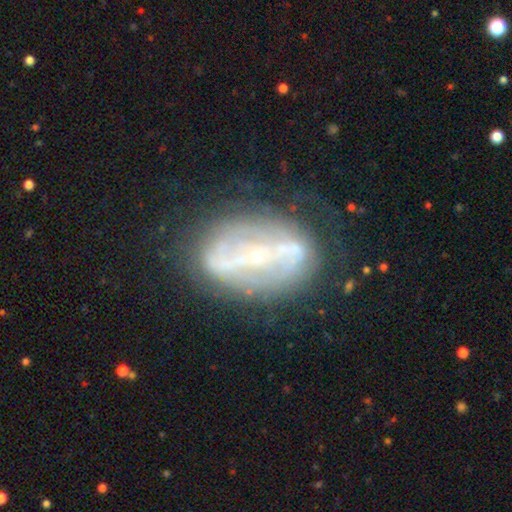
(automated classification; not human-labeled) Q: Smooth or featured?
A: featured or disk (79%); runner-up: smooth (13%)
Q: Edge-on disk?
A: no (90%); runner-up: yes (10%)
Q: Bar?
A: strong (68%); runner-up: weak (19%)
Q: Spiral arms?
A: yes (60%); runner-up: no (40%)
Q: Bulge size?
A: small (78%); runner-up: moderate (16%)
Q: Merging?
A: none (72%); runner-up: minor disturbance (17%)